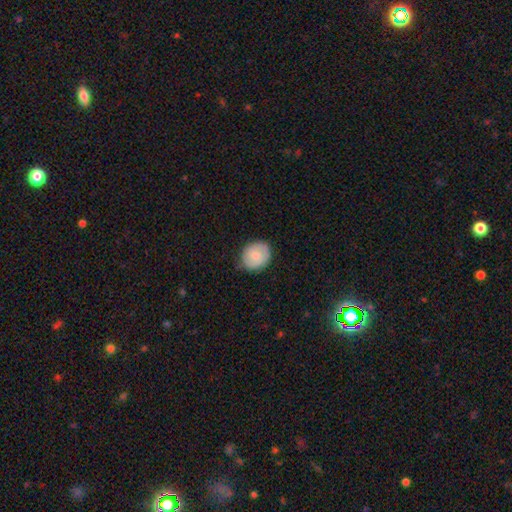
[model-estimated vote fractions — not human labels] The model was most divided on "smooth or featured": smooth: 52%, featured or disk: 41%, star or artifact: 6%. More confident: merging — none (78%); how rounded — round (68%).